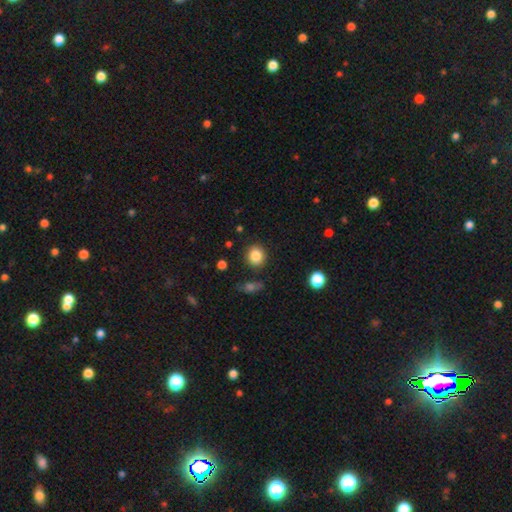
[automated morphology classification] smooth 85%, star or artifact 9%, featured or disk 6%. Down the decision tree: how rounded — round (83%); merging — none (86%).